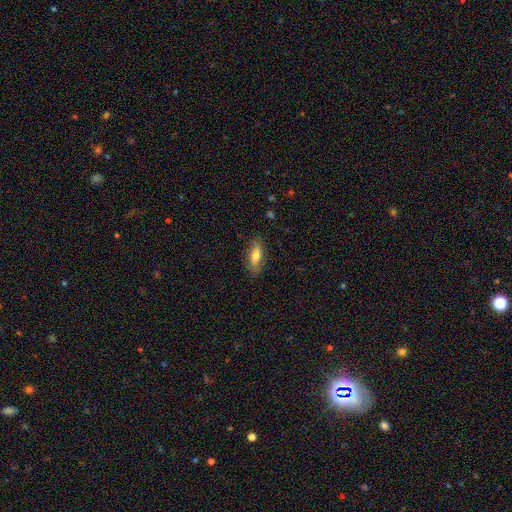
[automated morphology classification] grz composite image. It shows a smooth galaxy with no disk features (67%) that is in between round and cigar-shaped (65%). Merging: none (81%).